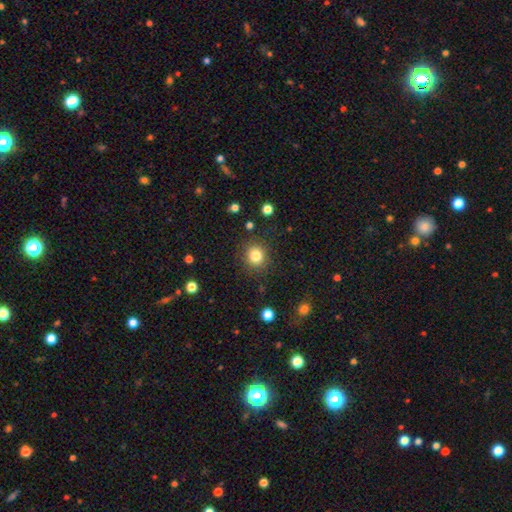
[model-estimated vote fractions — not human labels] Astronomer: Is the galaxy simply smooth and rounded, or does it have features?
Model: smooth — 82%.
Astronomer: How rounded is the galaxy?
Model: round — 88%.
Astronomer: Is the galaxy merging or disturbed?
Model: none — 87%.